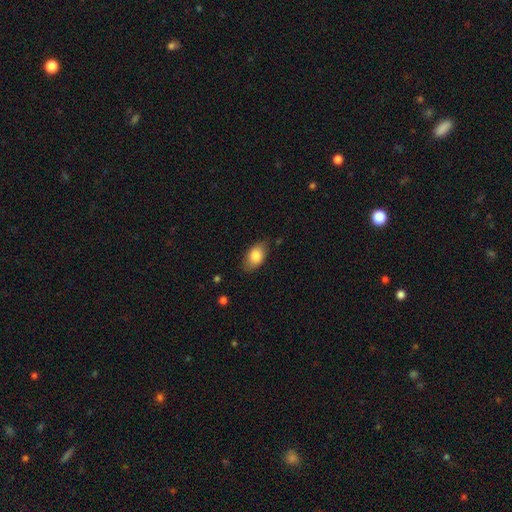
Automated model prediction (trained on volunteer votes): Smooth or featured? smooth (83%)
How rounded? in between (90%)
Merging? none (78%)